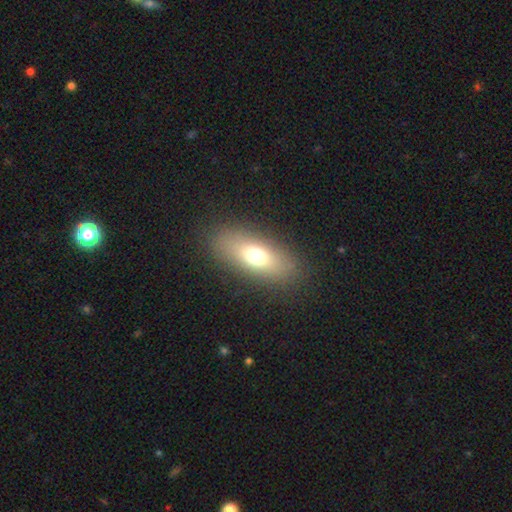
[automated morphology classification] Overall: smooth (69%). How rounded: in between (77%). Merging: none (85%).